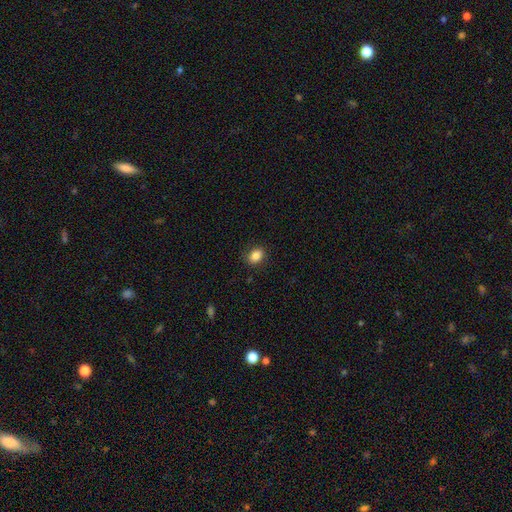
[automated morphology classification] type=smooth (86%); roundness=in between (62%); merging=none (86%).